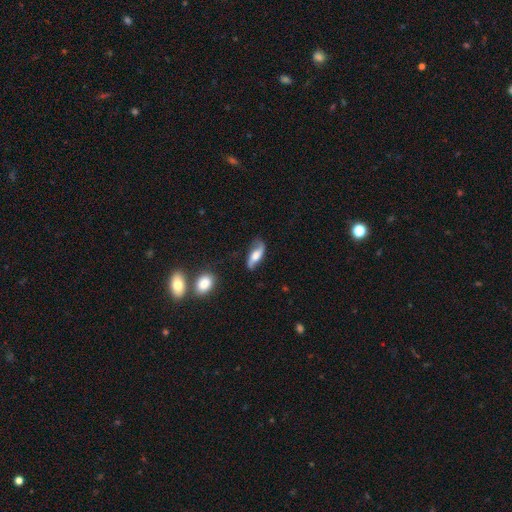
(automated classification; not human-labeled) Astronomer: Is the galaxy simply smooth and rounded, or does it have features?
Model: featured or disk — 63%.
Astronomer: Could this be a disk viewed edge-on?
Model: no — 81%.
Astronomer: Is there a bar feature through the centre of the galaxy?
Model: no — 49% (runner-up: weak, 32%).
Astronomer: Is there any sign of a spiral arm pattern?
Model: yes — 90%.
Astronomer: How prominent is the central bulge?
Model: moderate — 38% (runner-up: large, 34%).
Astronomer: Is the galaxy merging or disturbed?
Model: none — 69%.